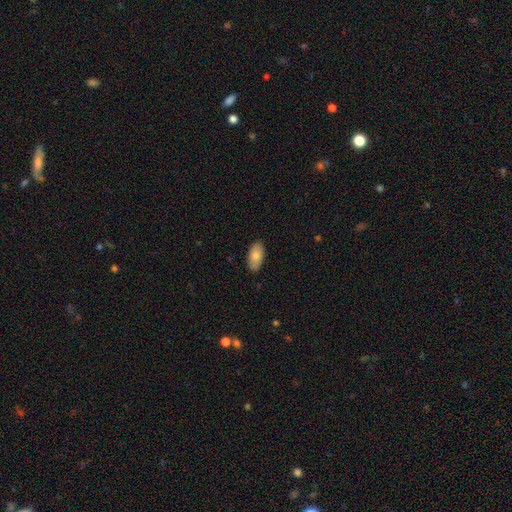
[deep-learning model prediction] smooth-or-featured: smooth: 83% | featured or disk: 11% | star or artifact: 6%
  how-rounded: in between: 93% | cigar-shaped: 5% | round: 2%
  merging: none: 86% | minor disturbance: 11% | major disturbance: 2% | merger: 1%